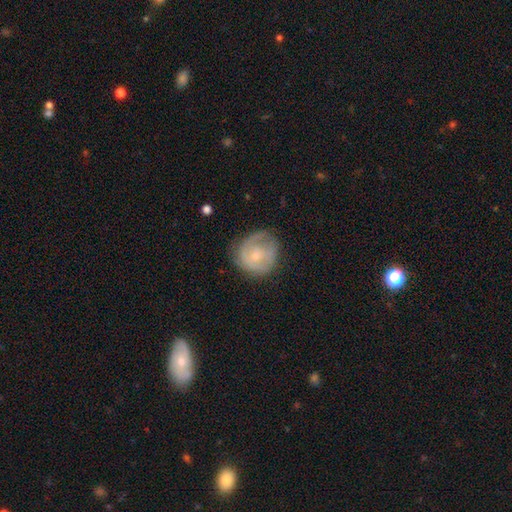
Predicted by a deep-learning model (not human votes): Smooth or featured?
  - featured or disk: 53% *
  - smooth: 40%
  - star or artifact: 7%
Edge-on disk?
  - no: 98% *
  - yes: 2%
Bar?
  - no: 72% *
  - weak: 24%
  - strong: 4%
Spiral arms?
  - yes: 70% *
  - no: 30%
Bulge size?
  - small: 64% *
  - moderate: 28%
  - none: 5%
  - large: 2%
  - dominant: 1%
Merging?
  - none: 62% *
  - minor disturbance: 24%
  - major disturbance: 13%
  - merger: 2%